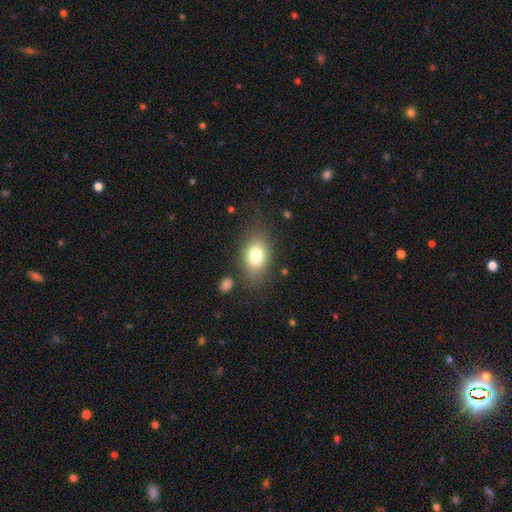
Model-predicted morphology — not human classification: smooth_or_featured: smooth (p=0.78) [alt: featured or disk p=0.13]
how_rounded: in between (p=0.80) [alt: round p=0.18]
merging: none (p=0.76) [alt: minor disturbance p=0.15]